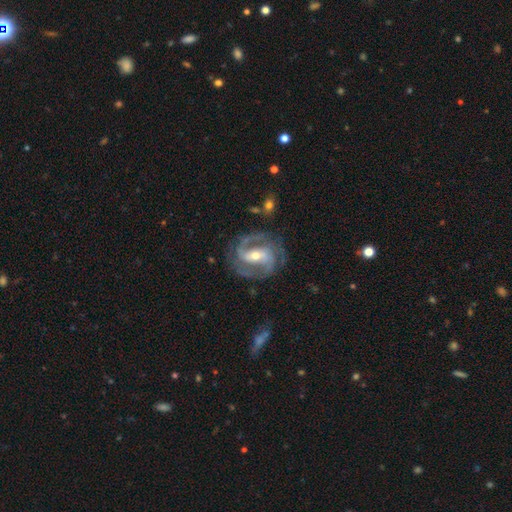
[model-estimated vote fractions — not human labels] smooth-or-featured: featured or disk: 91% | star or artifact: 5% | smooth: 5%
  disk-edge-on: no: 97% | yes: 3%
    bar: strong: 43% | weak: 37% | no: 21%
    has-spiral-arms: yes: 97% | no: 3%
      spiral-winding: medium: 52% | tight: 36% | loose: 12%
      spiral-arm-count: 2: 64% | 3: 21% | can't tell: 6% | 4: 3% | 1: 3% | more than 4: 3%
    bulge-size: moderate: 53% | small: 43% | large: 2% | none: 1% | dominant: 1%
  merging: none: 76% | minor disturbance: 15% | major disturbance: 7% | merger: 2%